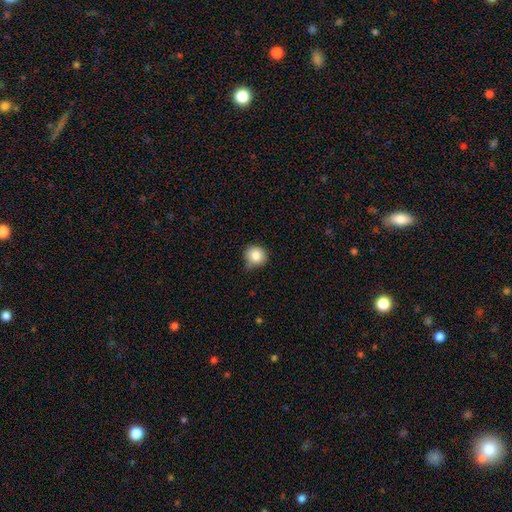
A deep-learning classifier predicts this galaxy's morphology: Overall: smooth (84%). How rounded: round (92%). Merging: none (72%).